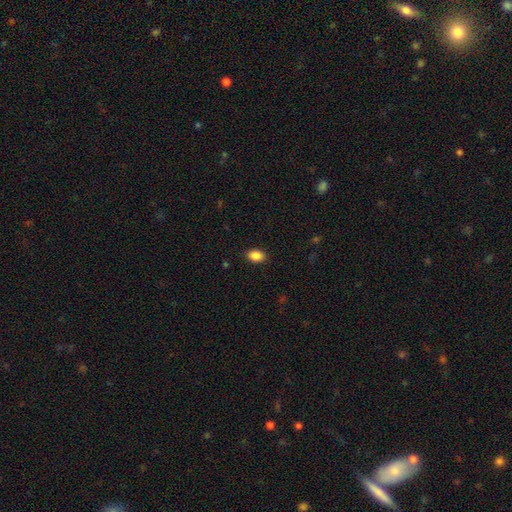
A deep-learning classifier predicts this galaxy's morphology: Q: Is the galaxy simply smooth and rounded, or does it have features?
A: smooth — 89%.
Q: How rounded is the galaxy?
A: in between — 85%.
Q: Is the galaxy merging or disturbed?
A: none — 88%.